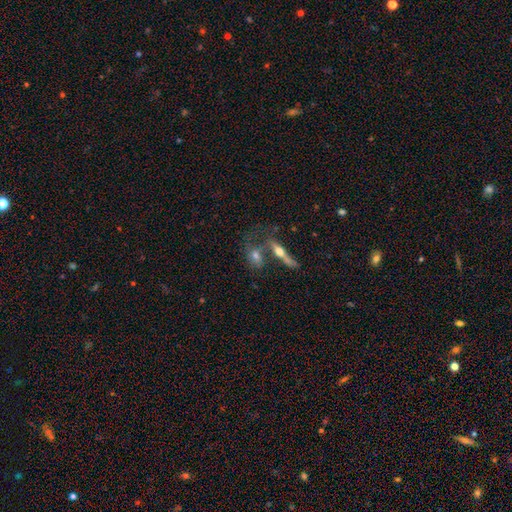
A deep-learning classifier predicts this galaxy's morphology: This appears to be a featured or disk galaxy (47%). Merging: merger (46%).